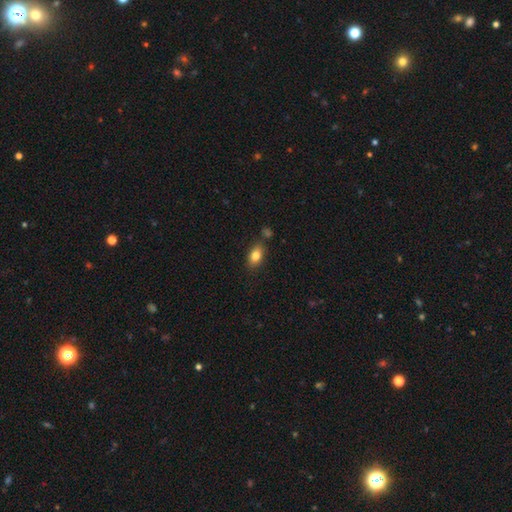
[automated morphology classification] Q: Smooth or featured?
A: smooth (82%); runner-up: featured or disk (10%)
Q: How rounded?
A: in between (87%); runner-up: round (10%)
Q: Merging?
A: none (79%); runner-up: minor disturbance (12%)